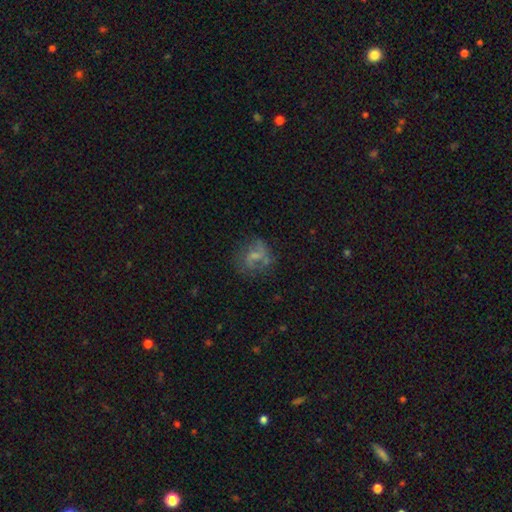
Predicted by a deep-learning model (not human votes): Smooth or featured: featured or disk — 55% (smooth — 34%)
Edge-on disk: no — 98% (yes — 2%)
Bar: no — 45% (tied with weak — 45%)
Spiral arms: yes — 68% (no — 32%)
Bulge size: small — 46% (none — 26%)
Merging: none — 54% (minor disturbance — 22%)